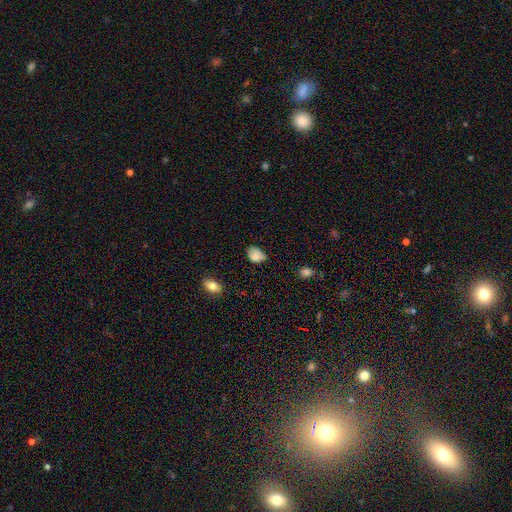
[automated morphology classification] type=smooth (82%); roundness=in between (72%); merging=none (53%).